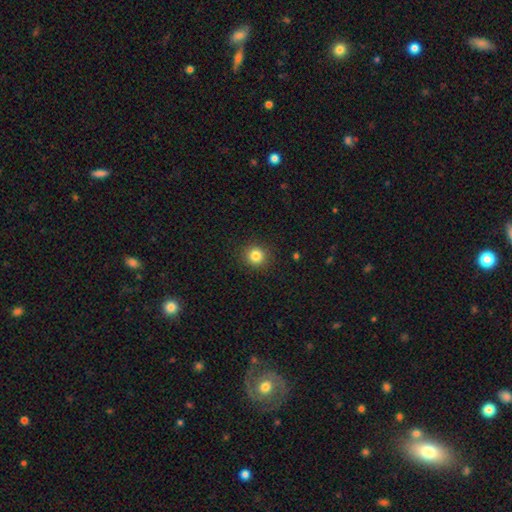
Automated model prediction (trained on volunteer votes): This is clearly a smooth galaxy (83%). How rounded: clearly round (91%). Merging: clearly none (91%).